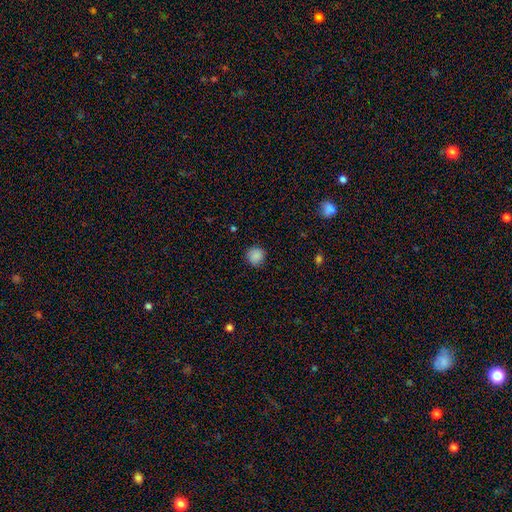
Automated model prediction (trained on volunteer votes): The model was most divided on "merging": none: 86%, minor disturbance: 11%, major disturbance: 2%, merger: 1%. More confident: how rounded — round (91%); smooth or featured — smooth (87%).